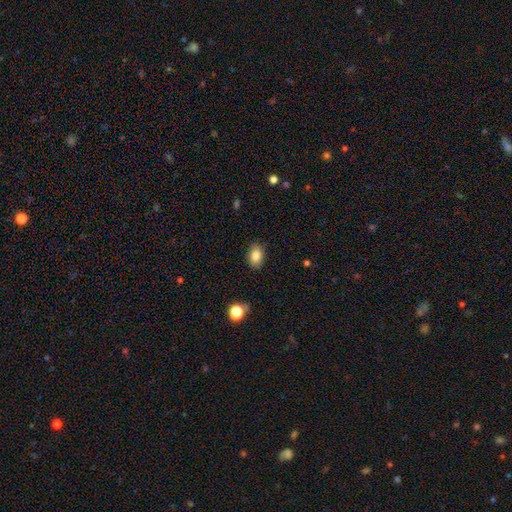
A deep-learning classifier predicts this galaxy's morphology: A smooth galaxy with no disk features (83%) that is in between round and cigar-shaped (84%). Merging: none (86%).